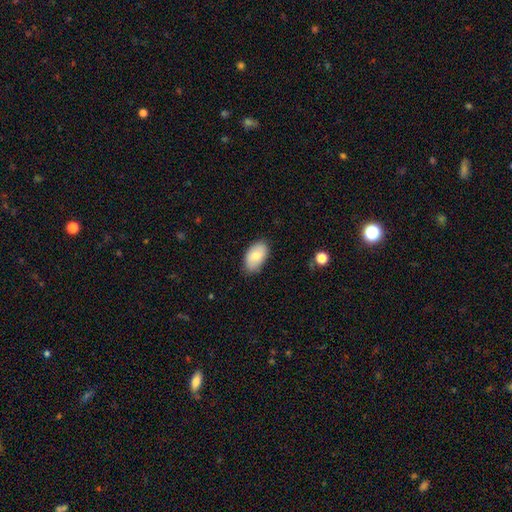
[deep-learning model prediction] smooth-or-featured: smooth: 78% | featured or disk: 16% | star or artifact: 6%
  how-rounded: in between: 94% | round: 5% | cigar-shaped: 1%
  merging: none: 82% | minor disturbance: 15% | major disturbance: 2% | merger: 1%